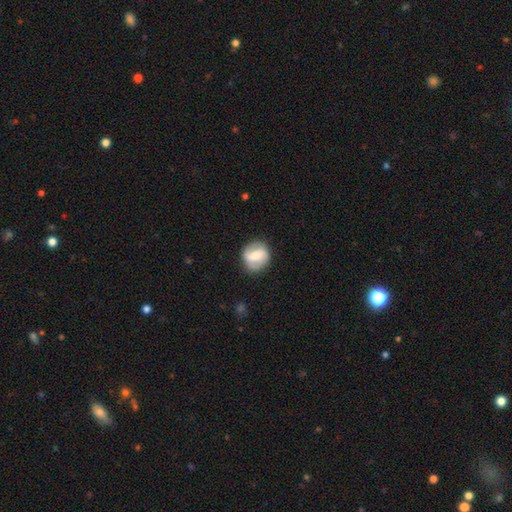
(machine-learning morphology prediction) type=featured or disk (54%); edge-on=no (96%); bar=strong (47%); spiral arms=yes (69%); bulge=moderate (51%); merging=none (81%).